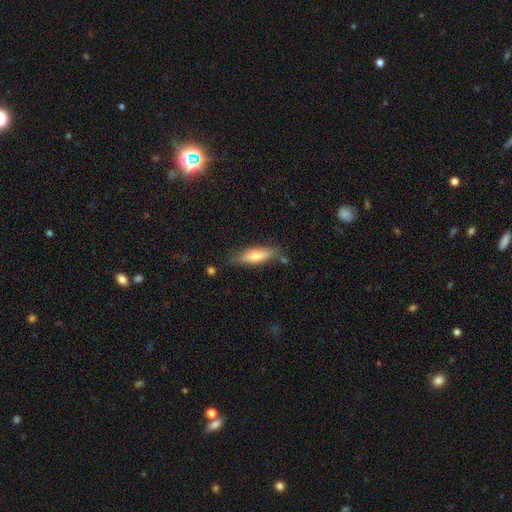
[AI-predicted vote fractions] This is likely a smooth galaxy (61%). How rounded: possibly cigar-shaped (59%). Merging: likely none (76%).